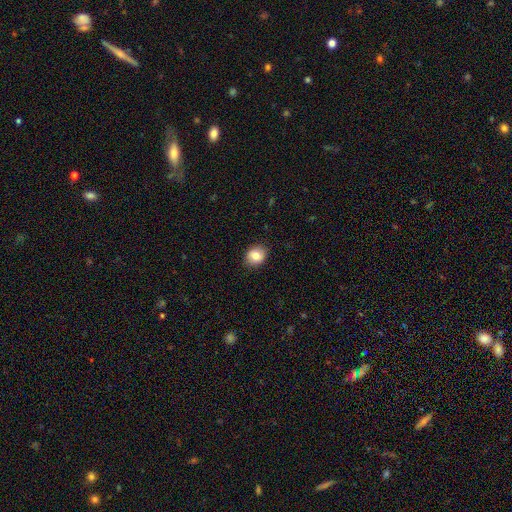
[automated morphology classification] Smooth or featured: smooth — 82% (featured or disk — 10%)
How rounded: round — 61% (in between — 38%)
Merging: none — 88% (minor disturbance — 9%)